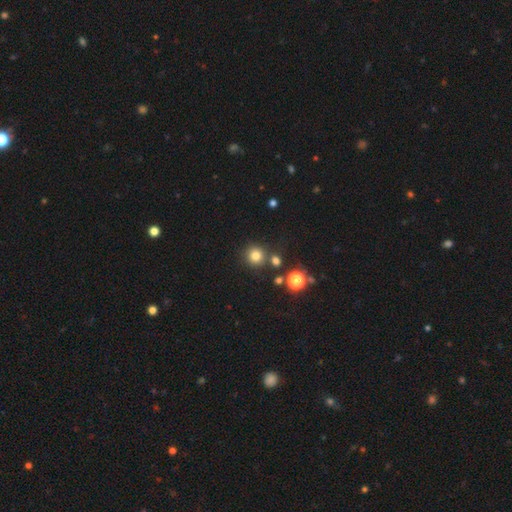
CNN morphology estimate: Smooth or featured?
  - smooth: 78% *
  - star or artifact: 16%
  - featured or disk: 6%
How rounded?
  - round: 93% *
  - in between: 6%
  - cigar-shaped: 1%
Merging?
  - none: 80% *
  - merger: 9%
  - minor disturbance: 8%
  - major disturbance: 3%